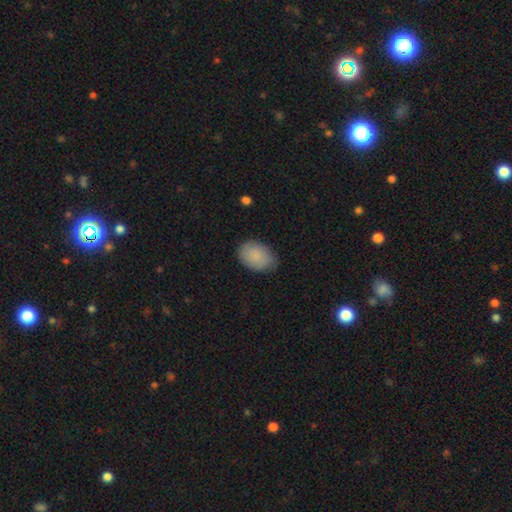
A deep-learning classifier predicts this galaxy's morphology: This appears to be a smooth galaxy with no disk features (87%) that is in between round and cigar-shaped (81%). Merging: none (75%).